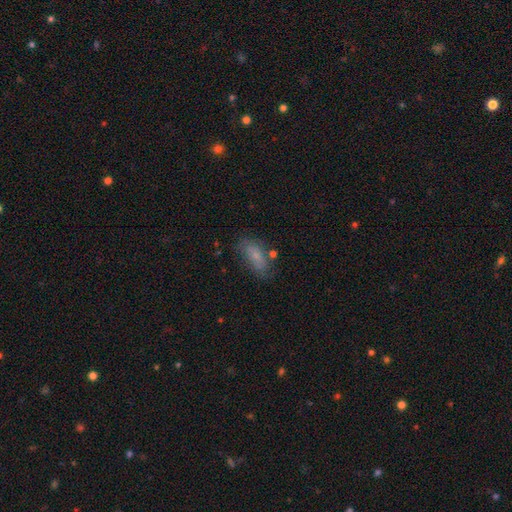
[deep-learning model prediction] Overall: smooth (68%). How rounded: in between (85%). Merging: none (61%; minor disturbance 23%).